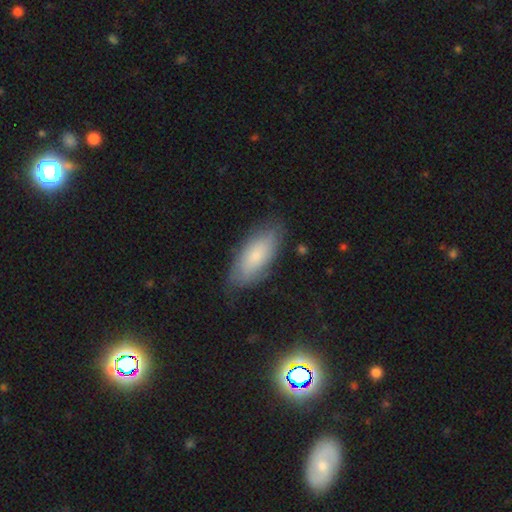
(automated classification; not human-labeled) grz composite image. It shows a smooth galaxy with no disk features (71%) that is in between round and cigar-shaped (82%). Merging: none (75%).